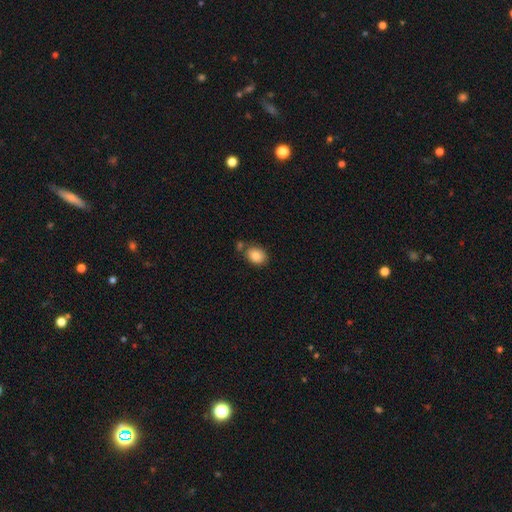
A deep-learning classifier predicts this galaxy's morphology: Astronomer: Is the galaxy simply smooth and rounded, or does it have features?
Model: smooth — 85%.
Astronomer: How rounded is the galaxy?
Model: in between — 65%.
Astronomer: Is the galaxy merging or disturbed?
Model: none — 66%.